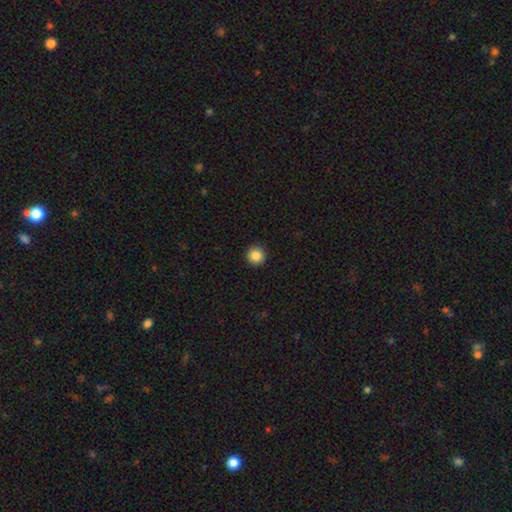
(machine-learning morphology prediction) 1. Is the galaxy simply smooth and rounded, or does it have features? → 86% smooth, 10% star or artifact, 4% featured or disk.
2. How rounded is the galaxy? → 96% round, 3% in between, 1% cigar-shaped.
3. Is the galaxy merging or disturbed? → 93% none, 4% minor disturbance, 2% major disturbance, 1% merger.